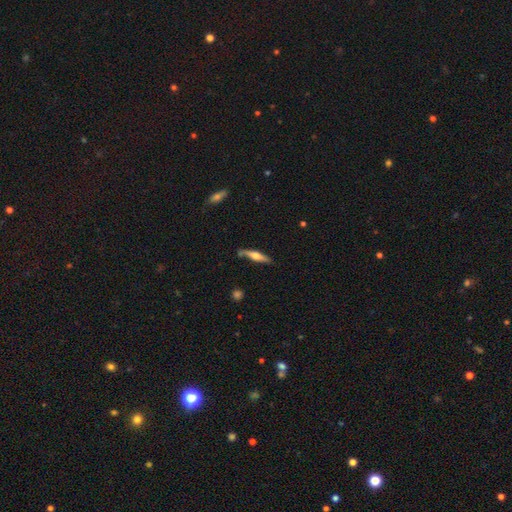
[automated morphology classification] type=featured or disk (57%); edge-on=yes (94%); edge-on bulge=rounded (88%); merging=none (77%).